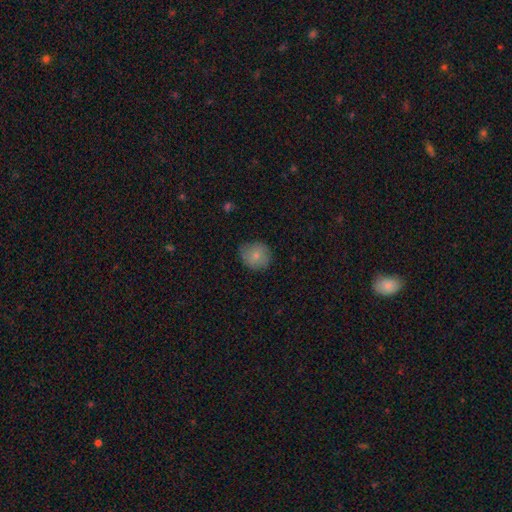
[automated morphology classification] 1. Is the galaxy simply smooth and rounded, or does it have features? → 78% smooth, 14% featured or disk, 8% star or artifact.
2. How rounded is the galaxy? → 84% round, 15% in between, 1% cigar-shaped.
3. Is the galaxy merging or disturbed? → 74% none, 21% minor disturbance, 4% major disturbance, 1% merger.